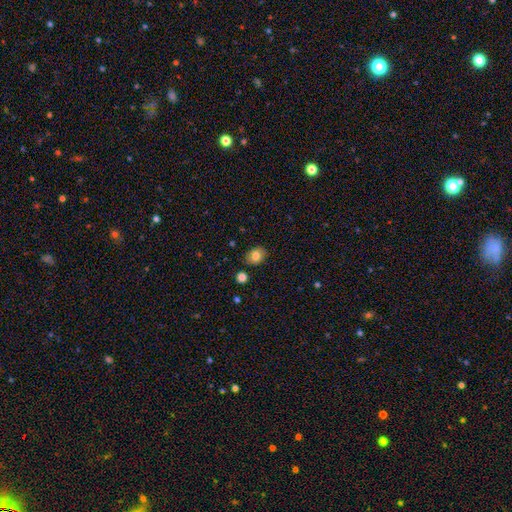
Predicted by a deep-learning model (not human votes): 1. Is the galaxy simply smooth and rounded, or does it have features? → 81% smooth, 10% featured or disk, 10% star or artifact.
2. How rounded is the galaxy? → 57% in between, 42% round, 1% cigar-shaped.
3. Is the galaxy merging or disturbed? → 83% none, 12% minor disturbance, 3% merger, 3% major disturbance.